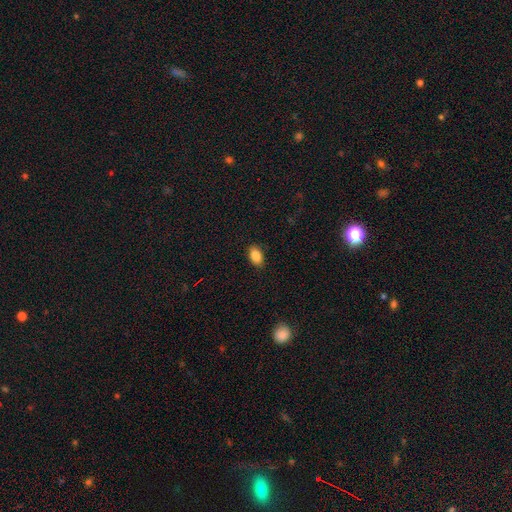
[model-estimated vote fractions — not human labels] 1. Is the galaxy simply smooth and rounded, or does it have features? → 87% smooth, 8% star or artifact, 5% featured or disk.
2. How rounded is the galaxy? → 91% in between, 7% round, 2% cigar-shaped.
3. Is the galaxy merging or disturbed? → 88% none, 9% minor disturbance, 2% major disturbance, 1% merger.